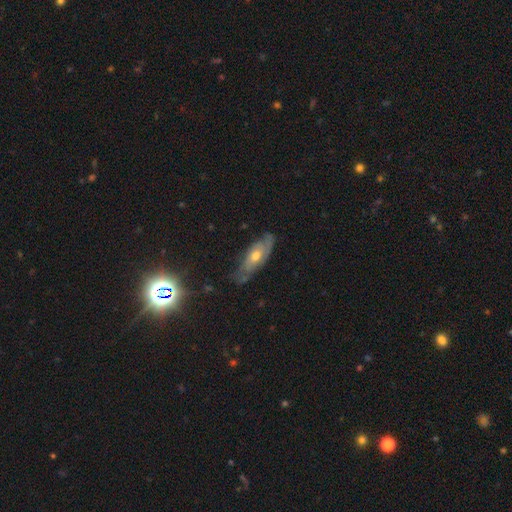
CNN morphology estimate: smooth-or-featured: featured or disk: 61% | smooth: 31% | star or artifact: 8%
  disk-edge-on: no: 72% | yes: 28%
  merging: none: 66% | minor disturbance: 25% | major disturbance: 7% | merger: 2%